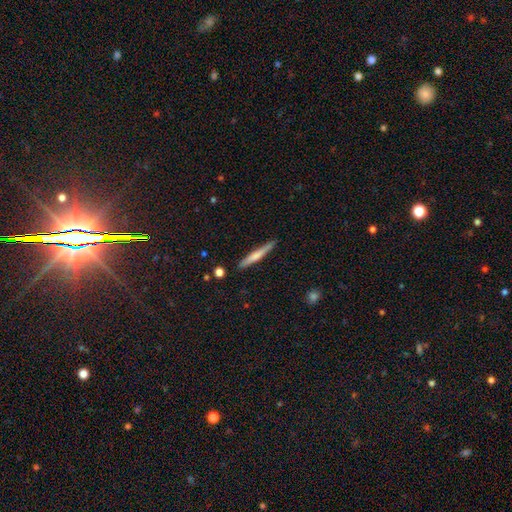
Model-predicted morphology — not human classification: The model was most divided on "smooth or featured": smooth: 56%, featured or disk: 38%, star or artifact: 6%. More confident: how rounded — cigar-shaped (95%); merging — none (88%).